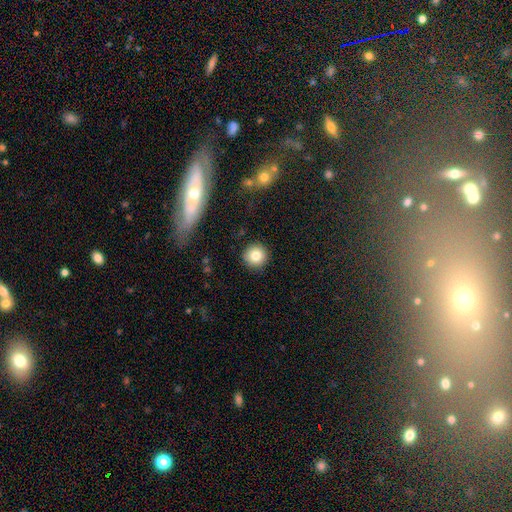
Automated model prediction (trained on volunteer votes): Smooth or featured: smooth — 82% (star or artifact — 10%)
How rounded: round — 95% (in between — 4%)
Merging: none — 91% (minor disturbance — 6%)